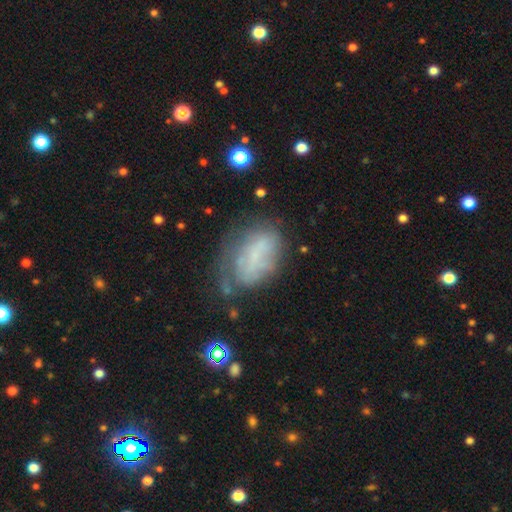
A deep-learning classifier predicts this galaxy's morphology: Smooth or featured: featured or disk — 44% (smooth — 43%)
Merging: none — 39% (minor disturbance — 31%)